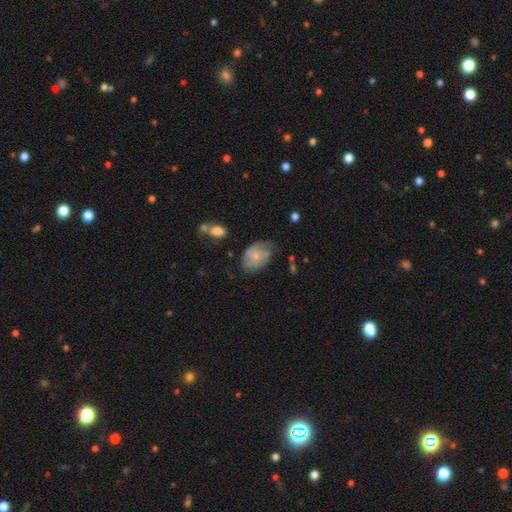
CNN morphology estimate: Smooth or featured? Predicted: featured or disk (p=0.48). Merging? Predicted: none (p=0.50).